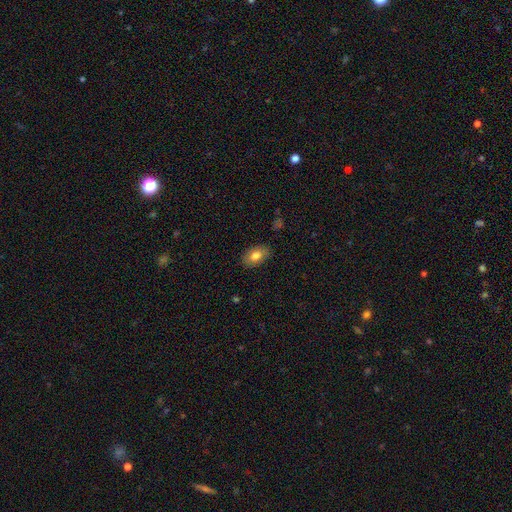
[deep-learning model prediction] smooth 80%, featured or disk 12%, star or artifact 7%. Down the decision tree: how rounded — in between (90%); merging — none (86%).